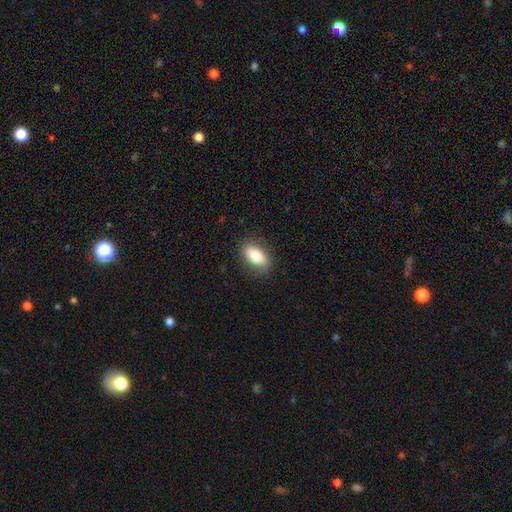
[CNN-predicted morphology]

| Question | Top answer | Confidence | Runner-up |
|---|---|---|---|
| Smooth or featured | smooth | 78% | featured or disk (15%) |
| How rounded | in between | 90% | round (7%) |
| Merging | none | 83% | minor disturbance (12%) |